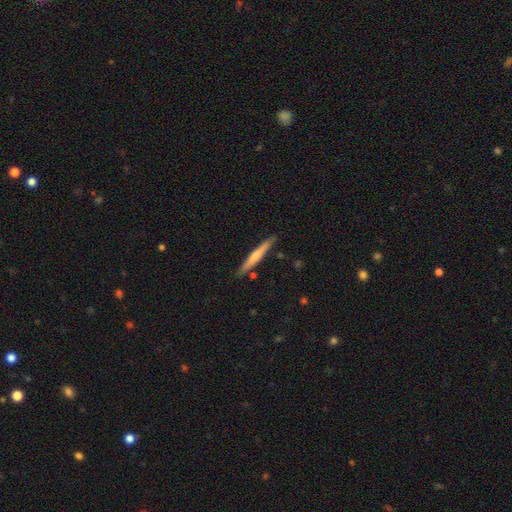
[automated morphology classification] Smooth or featured? Predicted: smooth (p=0.54). How rounded? Predicted: cigar-shaped (p=0.96). Merging? Predicted: none (p=0.87).